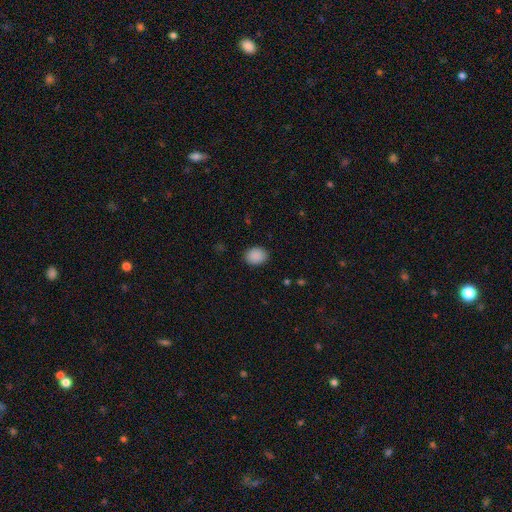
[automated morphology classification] smooth-or-featured: smooth: 90% | star or artifact: 8% | featured or disk: 3%
  how-rounded: in between: 55% | round: 45% | cigar-shaped: 1%
  merging: none: 88% | minor disturbance: 9% | major disturbance: 2% | merger: 1%